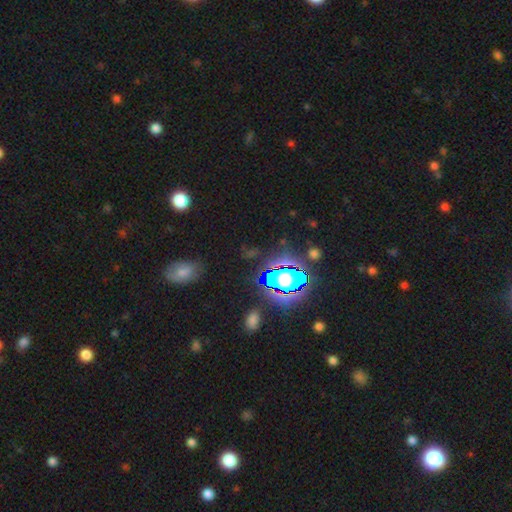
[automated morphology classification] type=star or artifact (75%).